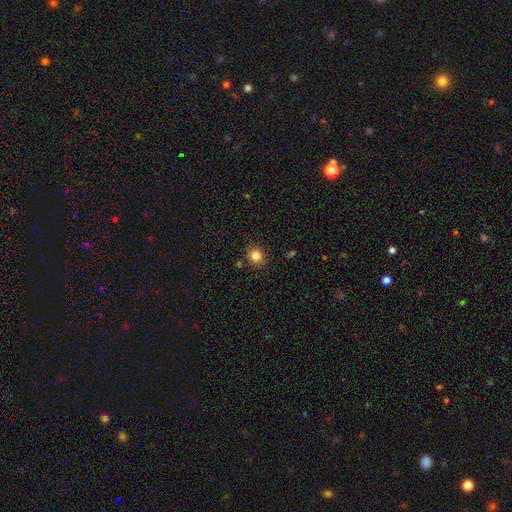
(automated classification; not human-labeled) Smooth or featured: smooth — 83% (star or artifact — 11%)
How rounded: round — 80% (in between — 19%)
Merging: none — 85% (minor disturbance — 10%)